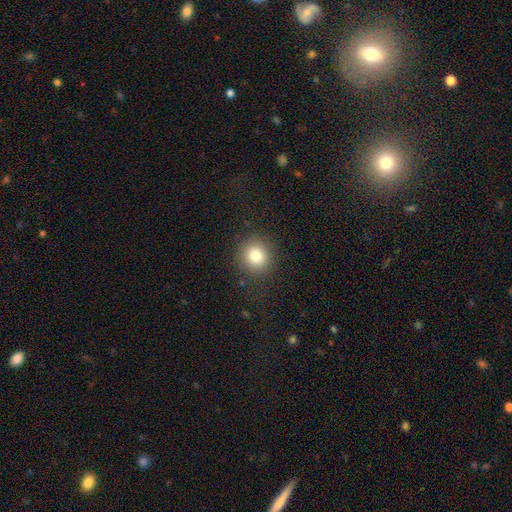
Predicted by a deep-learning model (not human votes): The model was most divided on "smooth or featured": smooth: 80%, star or artifact: 12%, featured or disk: 8%. More confident: how rounded — round (88%); merging — none (88%).